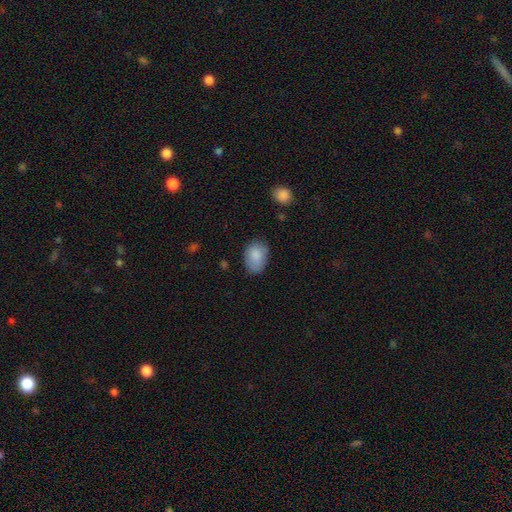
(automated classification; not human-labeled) Morphology: type=smooth (85%); roundness=in between (81%); merging=none (67%).